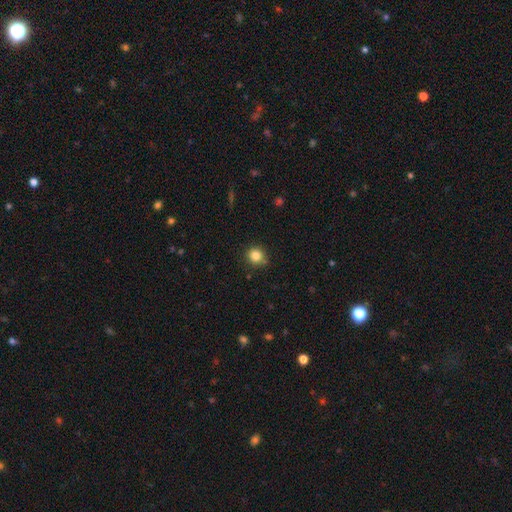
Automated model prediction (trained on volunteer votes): A smooth galaxy with no disk features (84%) that is round (90%).

Vote fractions:
- Smooth or featured? smooth: 84% / star or artifact: 11% / featured or disk: 5%
- How rounded? round: 90% / in between: 9% / cigar-shaped: 1%
- Merging? none: 84% / minor disturbance: 11% / merger: 3% / major disturbance: 3%